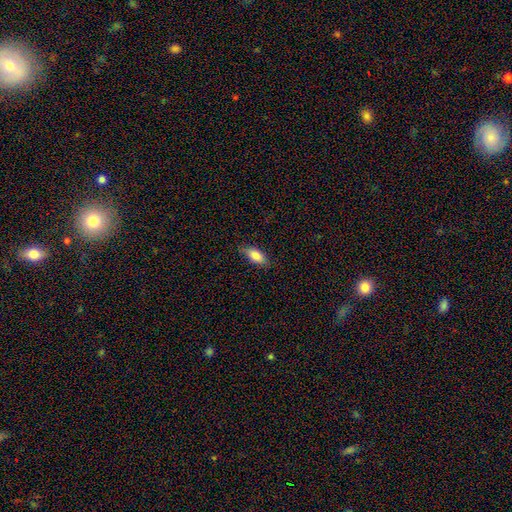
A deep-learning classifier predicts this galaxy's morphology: A smooth galaxy with no disk features (83%) that is in between round and cigar-shaped (85%). Merging: none (79%).